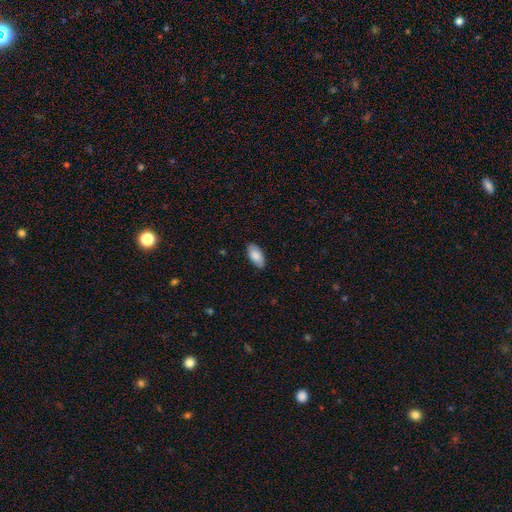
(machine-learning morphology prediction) A smooth galaxy with no disk features (84%) that is in between round and cigar-shaped (93%). Merging: none (84%).